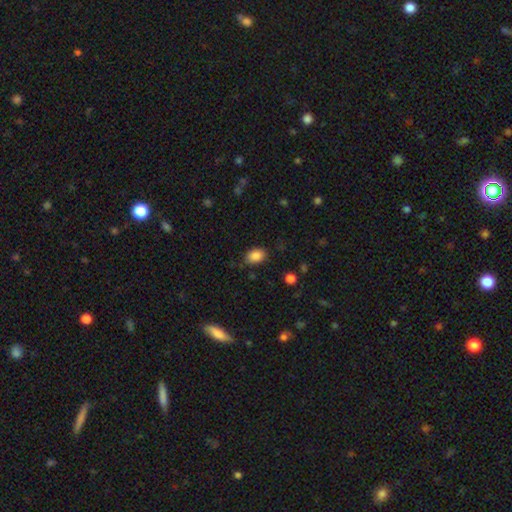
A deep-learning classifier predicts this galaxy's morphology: smooth 87%, star or artifact 8%, featured or disk 4%. Down the decision tree: how rounded — in between (82%); merging — none (83%).